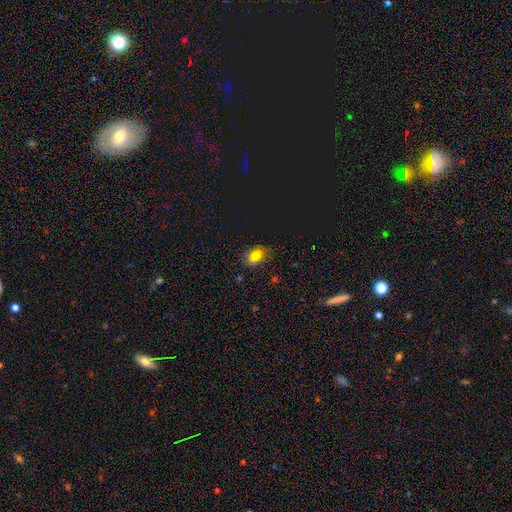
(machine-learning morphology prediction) A smooth galaxy with no disk features (61%) that is in between round and cigar-shaped (72%). Merging: none (73%).